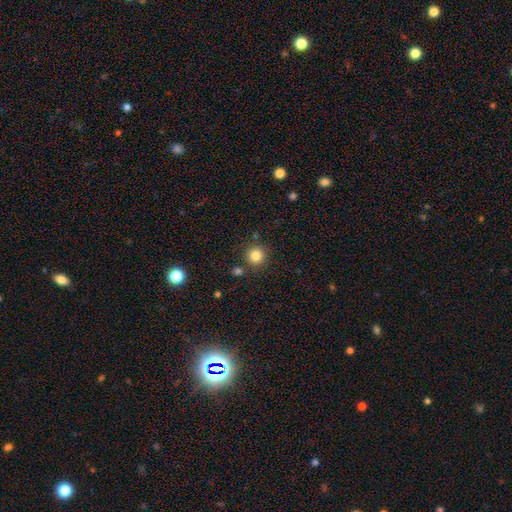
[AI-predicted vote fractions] Q: Smooth or featured?
A: smooth (83%); runner-up: star or artifact (12%)
Q: How rounded?
A: round (94%); runner-up: in between (5%)
Q: Merging?
A: none (85%); runner-up: minor disturbance (7%)